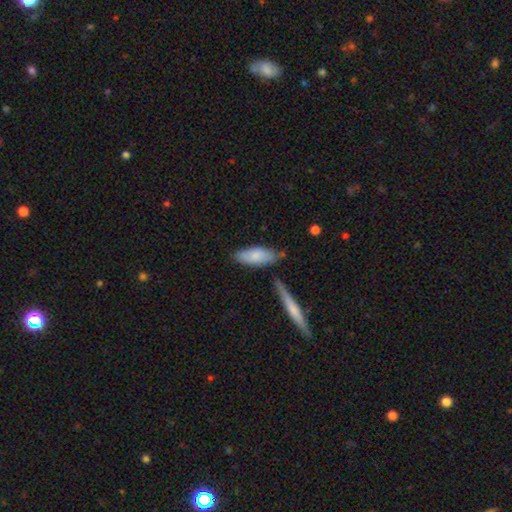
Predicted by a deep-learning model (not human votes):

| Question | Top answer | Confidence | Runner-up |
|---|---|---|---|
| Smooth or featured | smooth | 79% | featured or disk (15%) |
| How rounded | in between | 73% | cigar-shaped (25%) |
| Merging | none | 67% | minor disturbance (20%) |